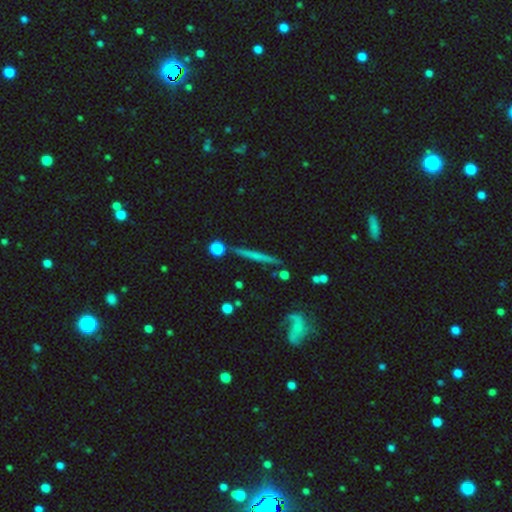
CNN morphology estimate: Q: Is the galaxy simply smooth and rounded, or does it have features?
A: featured or disk — 60%.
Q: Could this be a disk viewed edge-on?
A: yes — 95%.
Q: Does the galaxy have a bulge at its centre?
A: none — 74%.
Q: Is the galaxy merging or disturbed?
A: none — 87%.